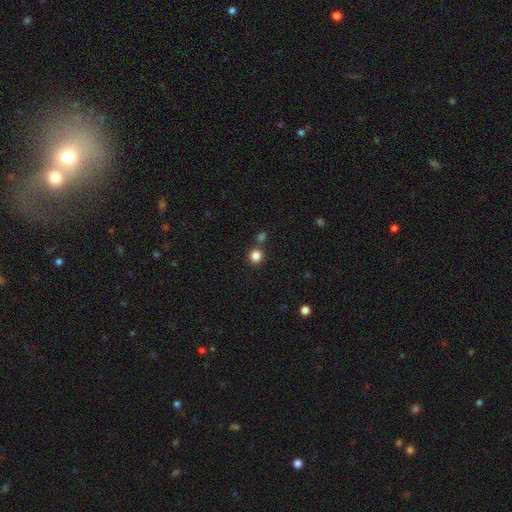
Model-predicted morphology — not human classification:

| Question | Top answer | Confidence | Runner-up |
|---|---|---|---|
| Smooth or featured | smooth | 84% | star or artifact (12%) |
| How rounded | round | 92% | in between (7%) |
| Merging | none | 78% | merger (12%) |